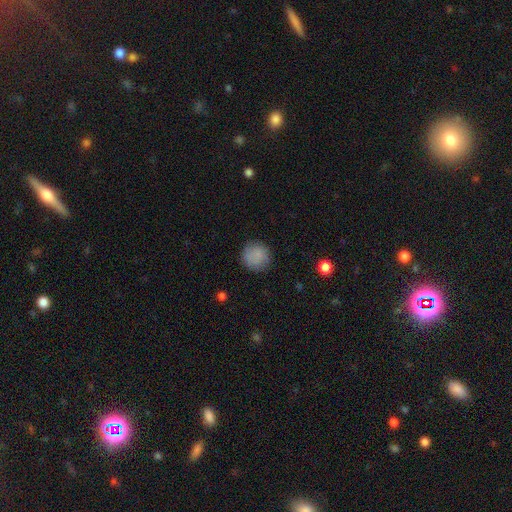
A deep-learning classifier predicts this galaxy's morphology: The model was most divided on "merging": none: 83%, minor disturbance: 13%, major disturbance: 4%, merger: 1%. More confident: how rounded — round (92%); smooth or featured — smooth (84%).